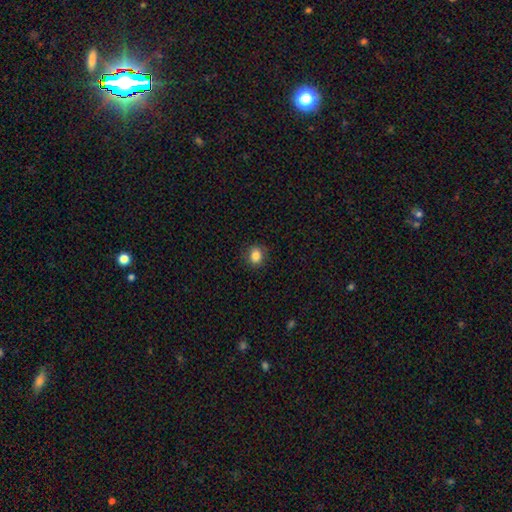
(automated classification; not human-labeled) Q: Smooth or featured?
A: smooth (85%); runner-up: star or artifact (11%)
Q: How rounded?
A: round (65%); runner-up: in between (34%)
Q: Merging?
A: none (87%); runner-up: minor disturbance (10%)